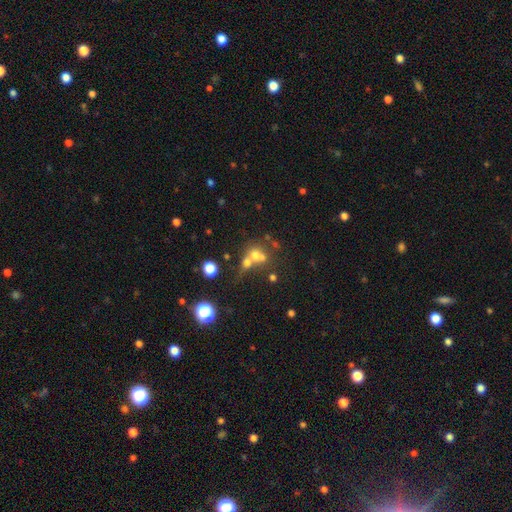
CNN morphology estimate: Overall: smooth (60%; featured or disk 22%). How rounded: round (70%). Merging: merger (58%; none 28%).